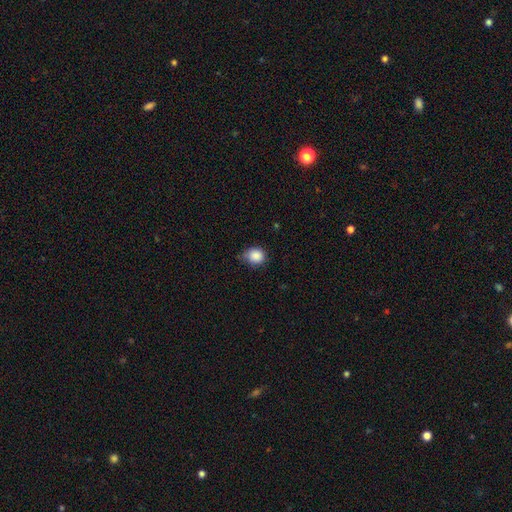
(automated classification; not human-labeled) Q: Smooth or featured?
A: smooth (86%); runner-up: star or artifact (9%)
Q: How rounded?
A: round (78%); runner-up: in between (21%)
Q: Merging?
A: none (58%); runner-up: minor disturbance (34%)